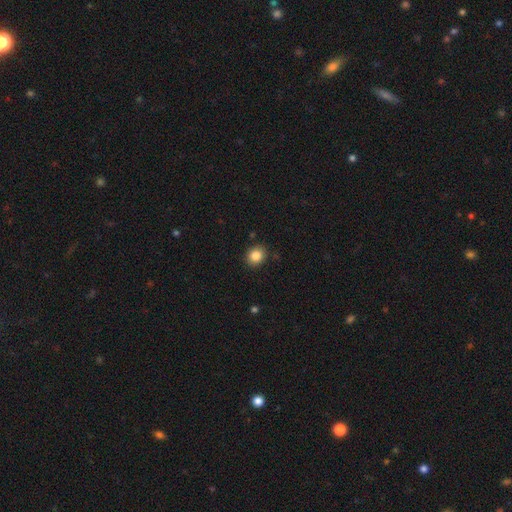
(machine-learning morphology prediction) Overall: smooth (85%). How rounded: round (71%). Merging: none (88%).